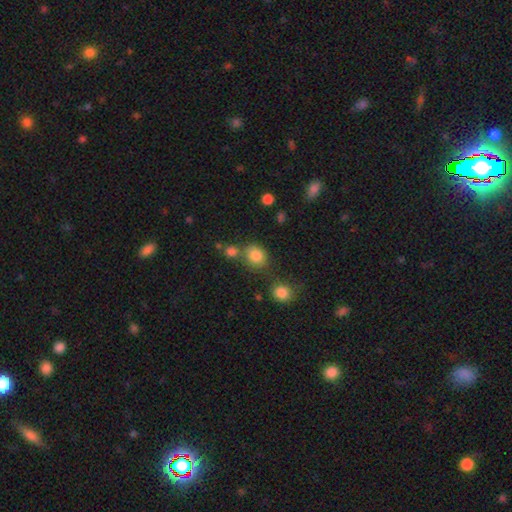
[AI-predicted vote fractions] This appears to be a smooth galaxy with no disk features (81%) that is round (71%). Merging: none (61%).